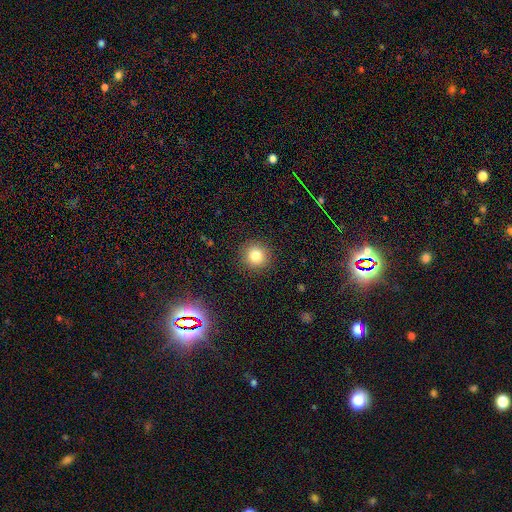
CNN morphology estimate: smooth 80%, star or artifact 12%, featured or disk 7%. Down the decision tree: how rounded — round (93%); merging — none (91%).